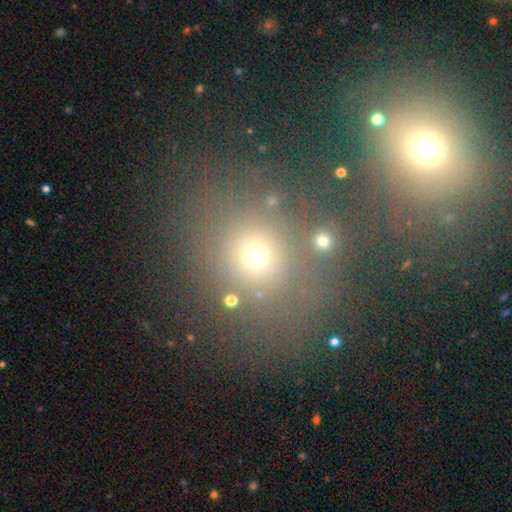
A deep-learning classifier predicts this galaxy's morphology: Smooth or featured?
  - smooth: 61% *
  - star or artifact: 26%
  - featured or disk: 13%
How rounded?
  - round: 73% *
  - in between: 26%
  - cigar-shaped: 1%
Merging?
  - none: 63% *
  - merger: 20%
  - minor disturbance: 11%
  - major disturbance: 6%